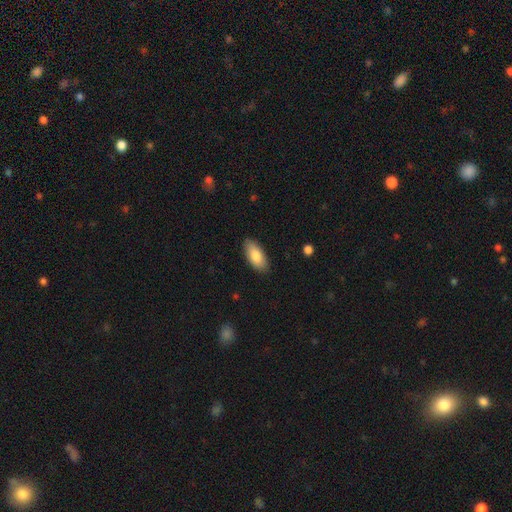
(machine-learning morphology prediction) smooth-or-featured: smooth: 83% | featured or disk: 11% | star or artifact: 6%
  how-rounded: in between: 89% | cigar-shaped: 9% | round: 2%
  merging: none: 88% | minor disturbance: 9% | major disturbance: 2% | merger: 1%